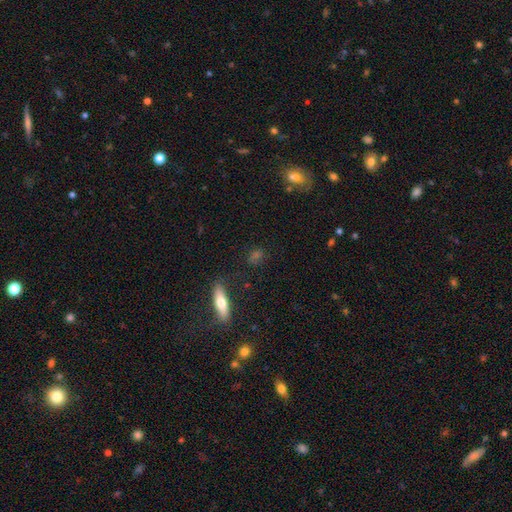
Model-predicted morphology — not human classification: Q: Smooth or featured?
A: smooth (52%); runner-up: featured or disk (24%)
Q: How rounded?
A: in between (43%); runner-up: cigar-shaped (30%)
Q: Merging?
A: none (77%); runner-up: minor disturbance (14%)